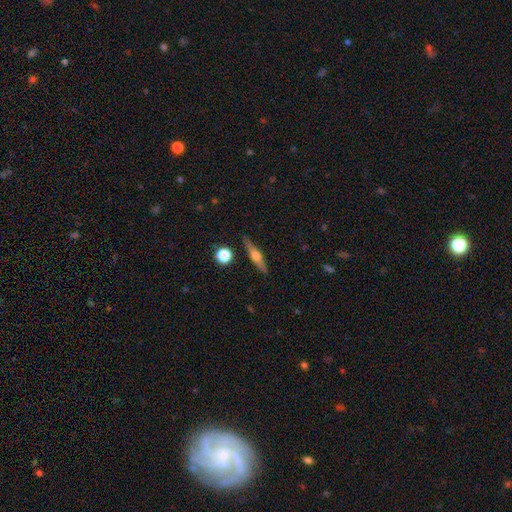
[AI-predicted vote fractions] Smooth or featured? Predicted: featured or disk (p=0.58). Edge-on disk? Predicted: yes (p=0.95). Edge-on bulge? Predicted: rounded (p=0.90). Merging? Predicted: none (p=0.87).